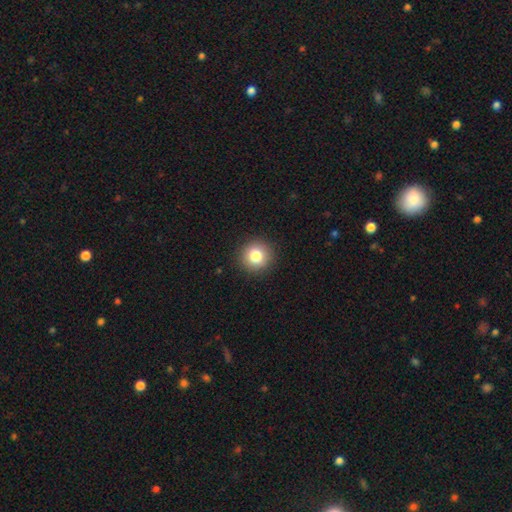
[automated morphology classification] Smooth or featured?
  - smooth: 82% *
  - star or artifact: 11%
  - featured or disk: 8%
How rounded?
  - round: 94% *
  - in between: 5%
  - cigar-shaped: 1%
Merging?
  - none: 92% *
  - minor disturbance: 5%
  - major disturbance: 2%
  - merger: 1%